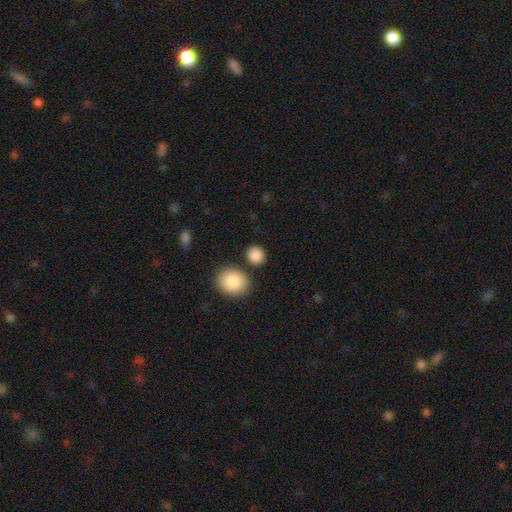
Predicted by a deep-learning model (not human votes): This appears to be a smooth galaxy with no disk features (87%) that is round (80%). Merging: none (81%).